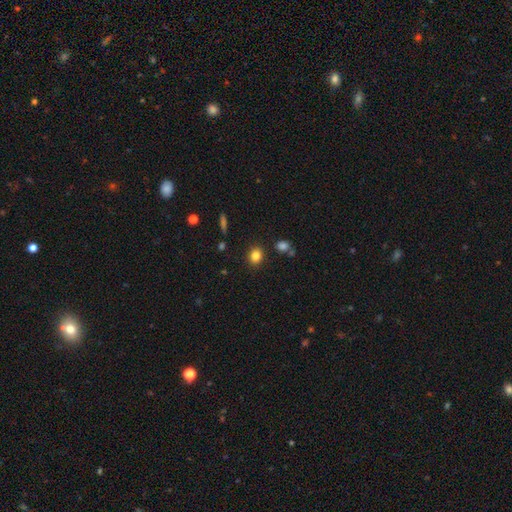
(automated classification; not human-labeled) Morphology: type=smooth (83%); roundness=round (65%); merging=none (87%).